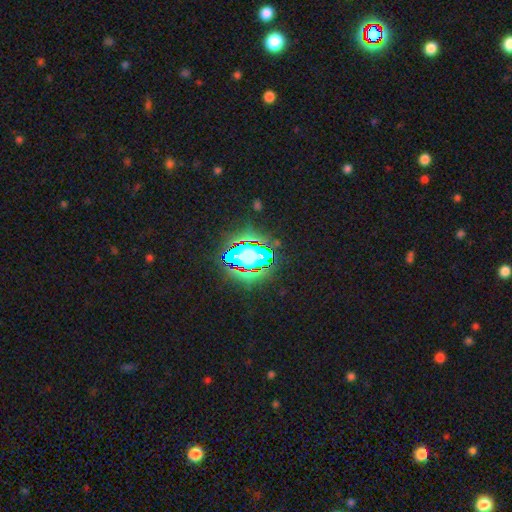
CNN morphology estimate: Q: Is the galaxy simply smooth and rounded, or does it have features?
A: star or artifact — 80%.